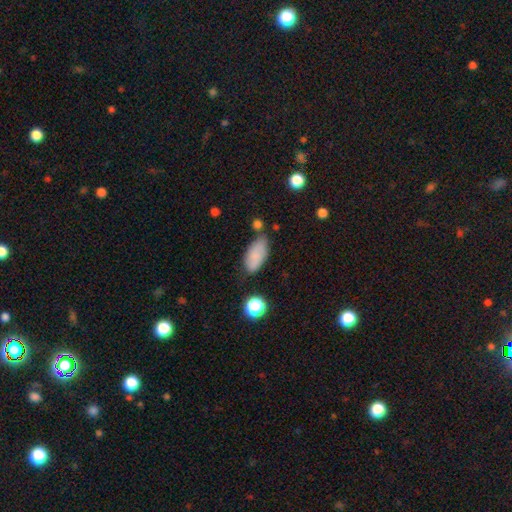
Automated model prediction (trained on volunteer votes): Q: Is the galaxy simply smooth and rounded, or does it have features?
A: smooth — 82%.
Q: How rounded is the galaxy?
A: in between — 90%.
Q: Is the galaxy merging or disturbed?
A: none — 66%.